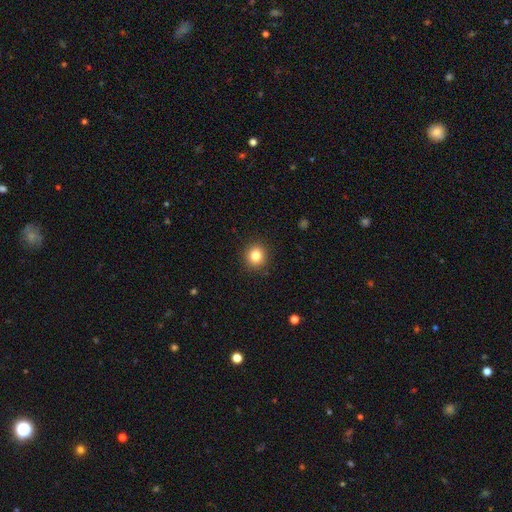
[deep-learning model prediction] Smooth or featured?
  - smooth: 83% *
  - star or artifact: 11%
  - featured or disk: 6%
How rounded?
  - round: 88% *
  - in between: 11%
  - cigar-shaped: 1%
Merging?
  - none: 91% *
  - minor disturbance: 6%
  - major disturbance: 2%
  - merger: 1%